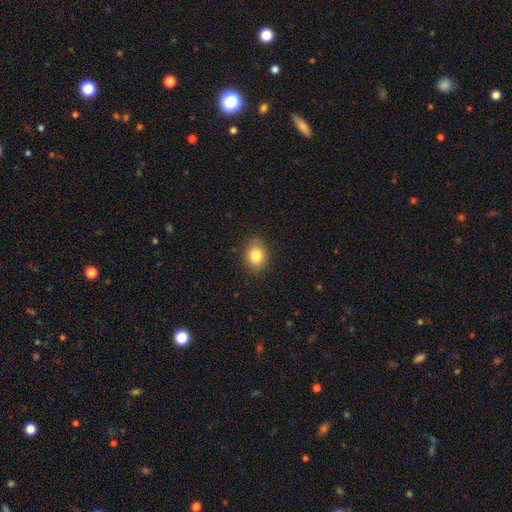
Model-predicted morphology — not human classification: smooth 84%, star or artifact 10%, featured or disk 7%. Down the decision tree: how rounded — in between (57%); merging — none (84%).